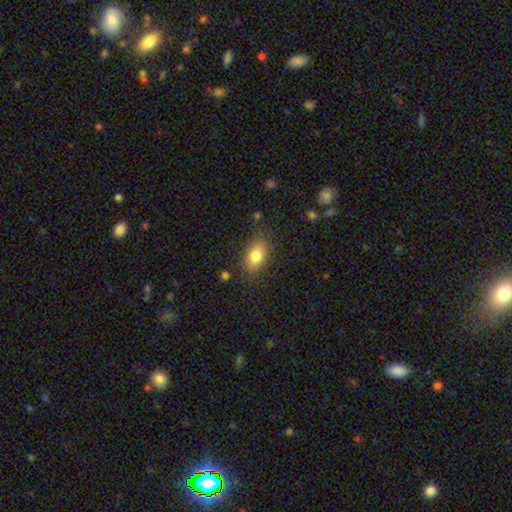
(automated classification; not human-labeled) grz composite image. It shows a smooth galaxy with no disk features (81%) that is in between round and cigar-shaped (87%). Merging: none (81%).